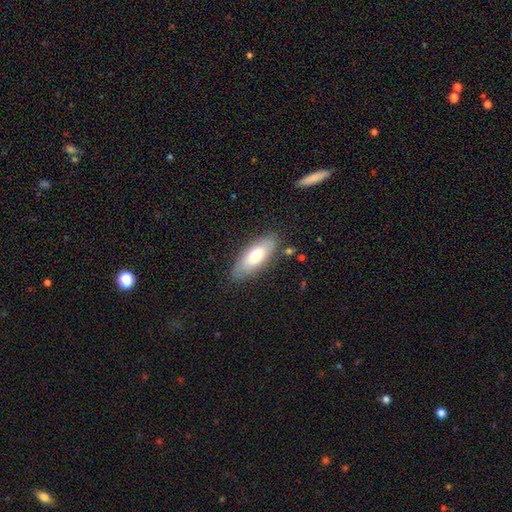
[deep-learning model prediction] Smooth or featured?
  - smooth: 69% *
  - featured or disk: 24%
  - star or artifact: 6%
How rounded?
  - in between: 75% *
  - cigar-shaped: 23%
  - round: 2%
Merging?
  - none: 83% *
  - minor disturbance: 12%
  - major disturbance: 3%
  - merger: 2%